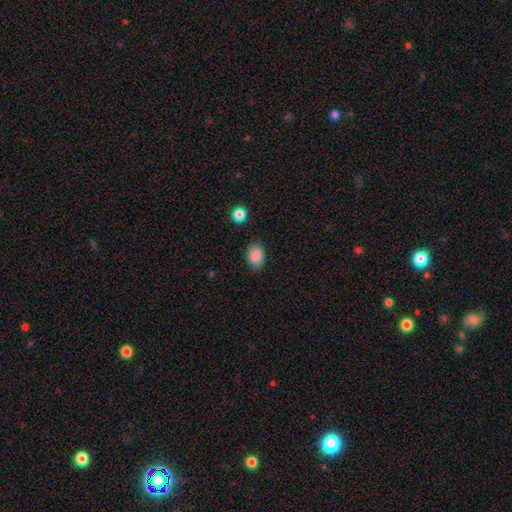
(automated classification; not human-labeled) This is clearly a smooth galaxy (87%). How rounded: likely in between (70%). Merging: likely none (78%).